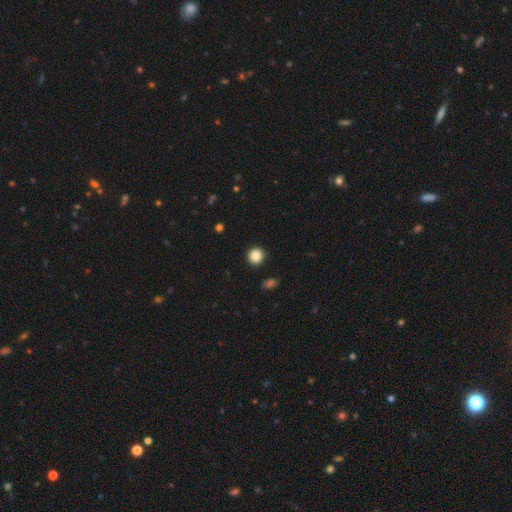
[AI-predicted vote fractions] This is clearly a smooth galaxy (87%). How rounded: clearly round (94%). Merging: clearly none (92%).